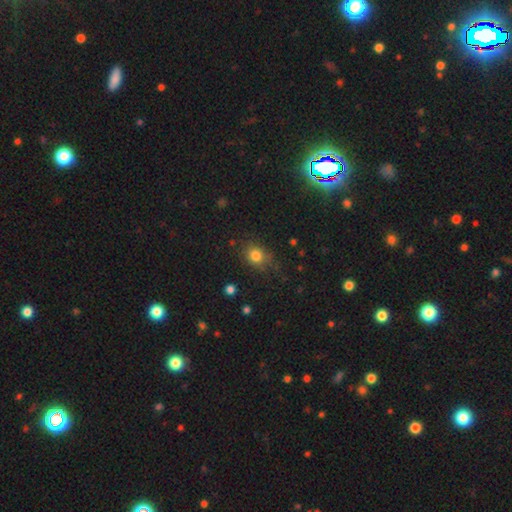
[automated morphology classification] type=smooth (81%); roundness=round (62%); merging=none (76%).